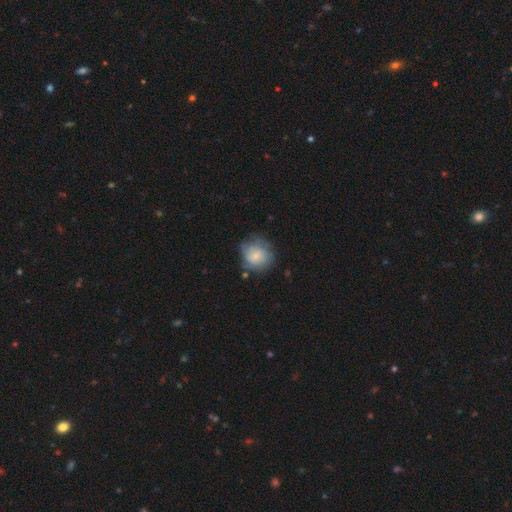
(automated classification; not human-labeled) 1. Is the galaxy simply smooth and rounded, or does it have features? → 62% smooth, 30% featured or disk, 8% star or artifact.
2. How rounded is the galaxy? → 79% round, 20% in between, 1% cigar-shaped.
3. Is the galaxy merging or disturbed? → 60% none, 25% minor disturbance, 11% major disturbance, 3% merger.